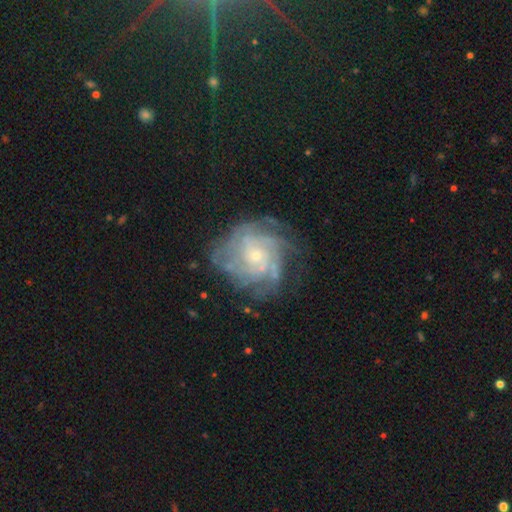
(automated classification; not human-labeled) A featured or disk galaxy (84%) with no bar (75%), tight (64%) spiral arms (95%) and a small central bulge (75%). Merging: none (71%).